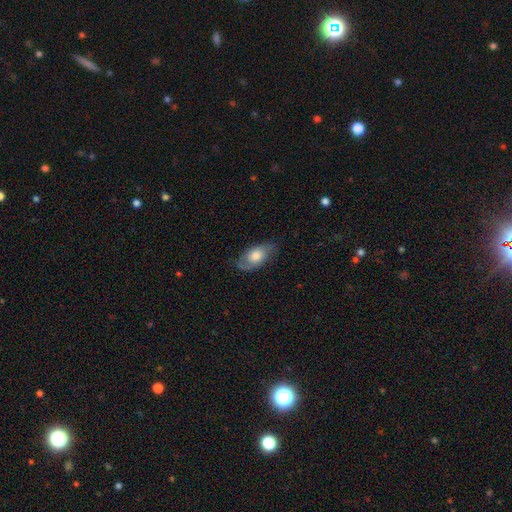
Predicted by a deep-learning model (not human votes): smooth 52%, featured or disk 41%, star or artifact 7%. Down the decision tree: how rounded — in between (89%); merging — none (71%).